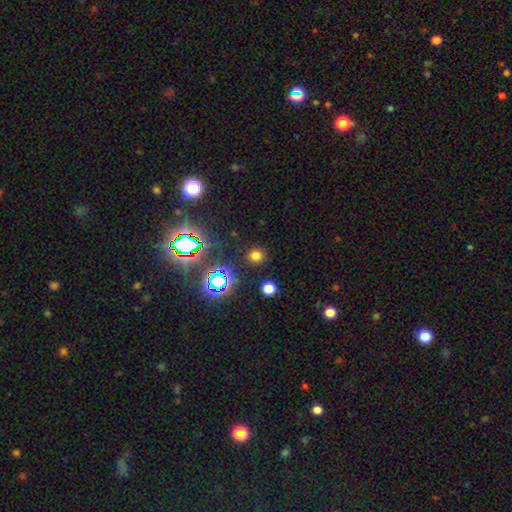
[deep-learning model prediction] Smooth or featured? smooth (69%)
How rounded? round (90%)
Merging? none (89%)